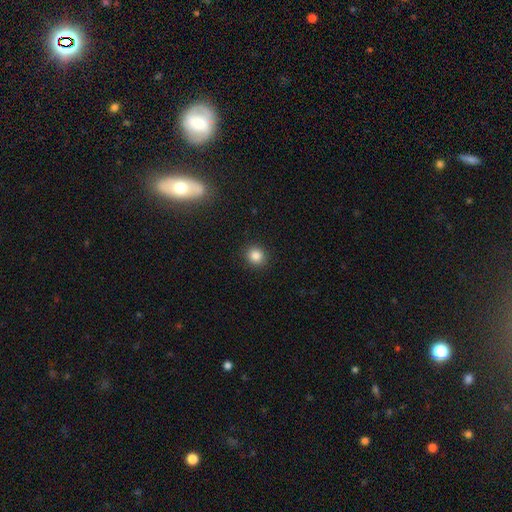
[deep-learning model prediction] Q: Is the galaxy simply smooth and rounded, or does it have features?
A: smooth — 85%.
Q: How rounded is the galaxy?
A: round — 86%.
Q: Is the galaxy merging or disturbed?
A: none — 91%.